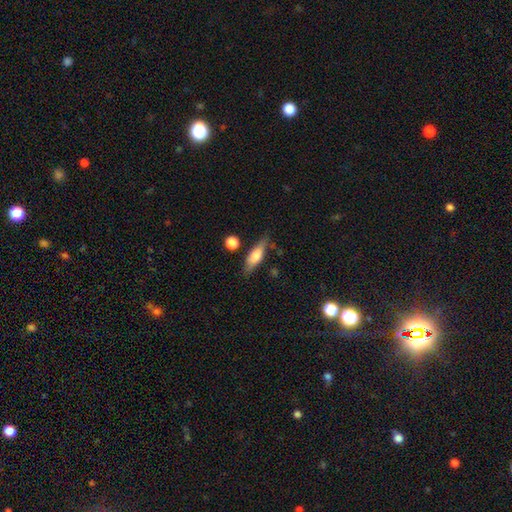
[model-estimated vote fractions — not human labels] Smooth or featured?
  - smooth: 58% *
  - featured or disk: 35%
  - star or artifact: 7%
How rounded?
  - in between: 48% * (tied)
  - cigar-shaped: 48% * (tied)
  - round: 4%
Merging?
  - none: 72% *
  - minor disturbance: 18%
  - merger: 5%
  - major disturbance: 5%